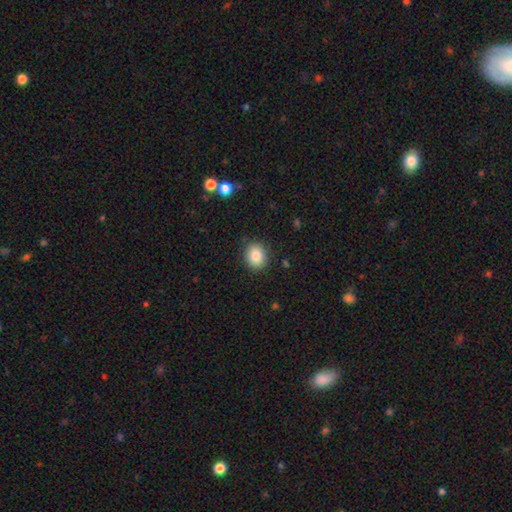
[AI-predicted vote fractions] Morphology: type=smooth (85%); roundness=round (66%); merging=none (88%).